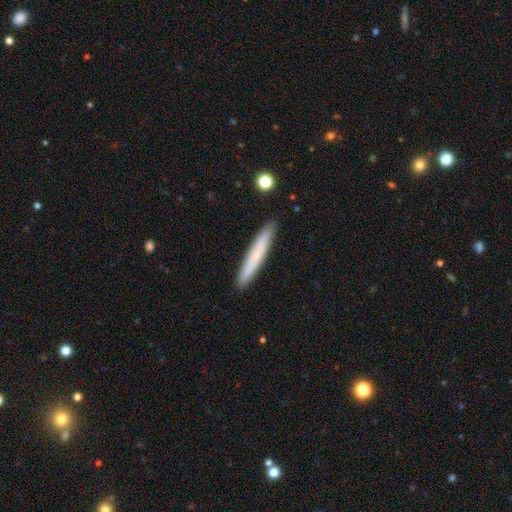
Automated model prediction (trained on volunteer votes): A smooth galaxy with no disk features (68%) that is cigar-shaped (96%). Merging: none (90%).